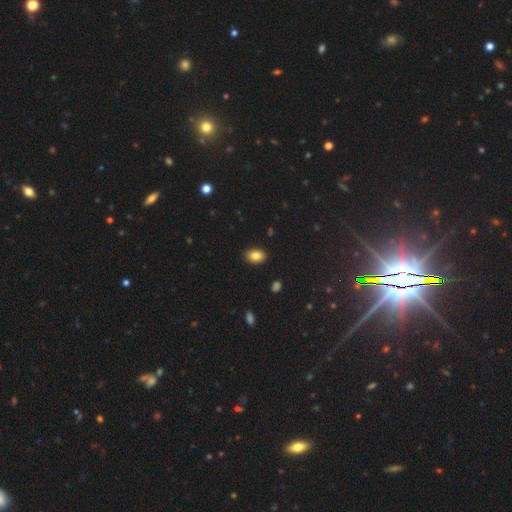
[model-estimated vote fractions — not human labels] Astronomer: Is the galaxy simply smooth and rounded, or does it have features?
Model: smooth — 84%.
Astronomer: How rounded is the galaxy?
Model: in between — 84%.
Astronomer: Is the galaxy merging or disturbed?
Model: none — 88%.